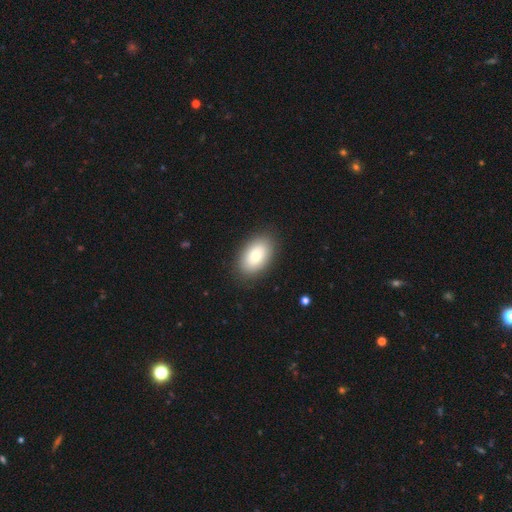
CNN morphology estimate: smooth 78%, featured or disk 15%, star or artifact 7%. Down the decision tree: how rounded — in between (89%); merging — none (88%).